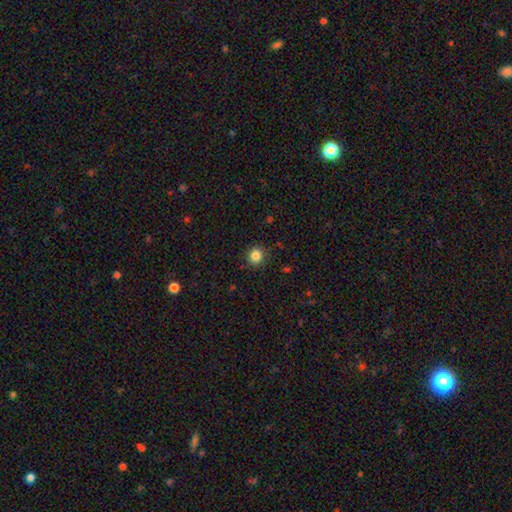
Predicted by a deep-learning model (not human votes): A smooth galaxy with no disk features (84%) that is round (89%).

Vote fractions:
- Smooth or featured? smooth: 84% / star or artifact: 11% / featured or disk: 4%
- How rounded? round: 89% / in between: 10% / cigar-shaped: 1%
- Merging? none: 90% / minor disturbance: 7% / major disturbance: 2% / merger: 1%